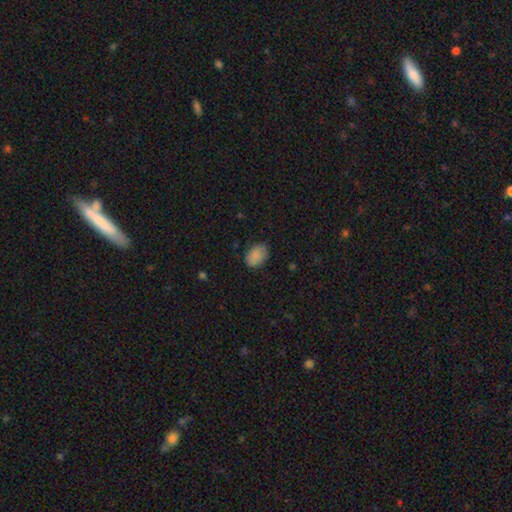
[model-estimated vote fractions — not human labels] smooth-or-featured: smooth: 87% | star or artifact: 7% | featured or disk: 6%
  how-rounded: in between: 82% | round: 17% | cigar-shaped: 1%
  merging: none: 81% | minor disturbance: 15% | major disturbance: 3% | merger: 1%